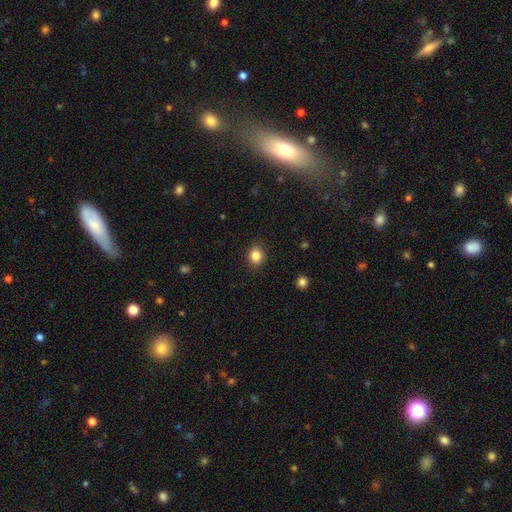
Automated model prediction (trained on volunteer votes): smooth_or_featured: smooth (p=0.85) [alt: star or artifact p=0.11]
how_rounded: round (p=0.72) [alt: in between p=0.27]
merging: none (p=0.88) [alt: minor disturbance p=0.09]